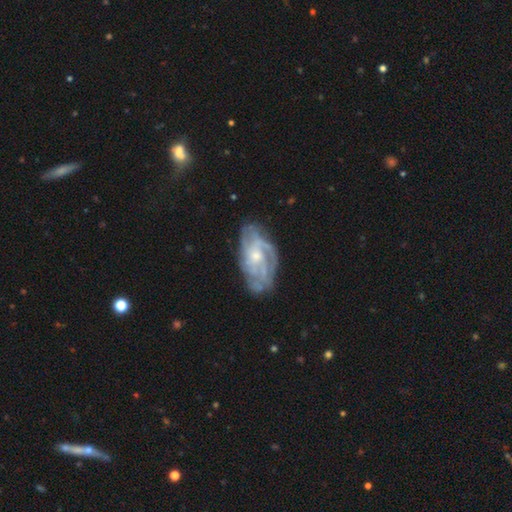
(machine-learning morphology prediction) type=featured or disk (81%); edge-on=no (95%); bar=no (69%); spiral arms=yes (92%); winding=tight (57%); arm count=can't tell (39%); bulge=small (54%); merging=none (70%).